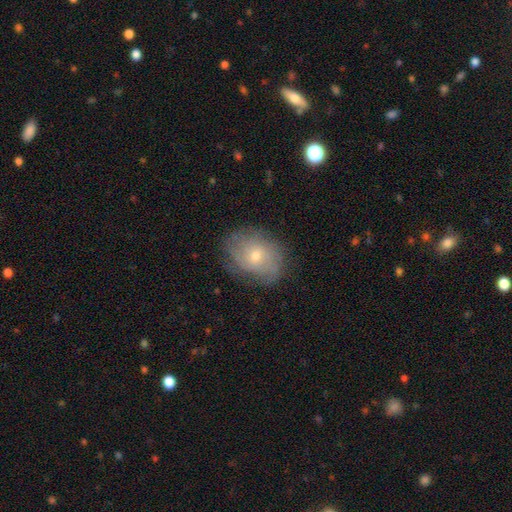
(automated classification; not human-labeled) Smooth or featured? Predicted: featured or disk (p=0.52). Edge-on disk? Predicted: no (p=0.95). Merging? Predicted: none (p=0.72).